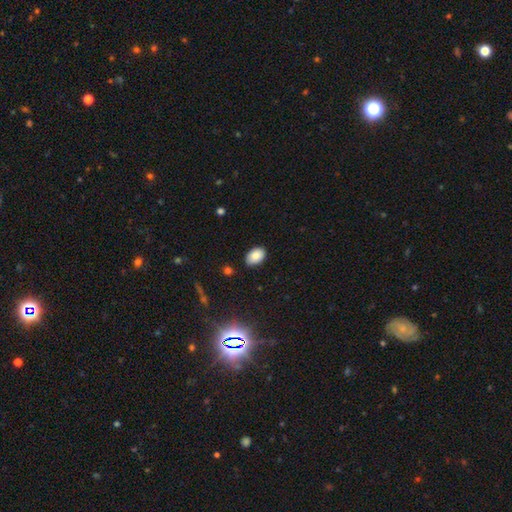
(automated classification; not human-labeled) smooth 82%, star or artifact 9%, featured or disk 9%. Down the decision tree: how rounded — in between (88%); merging — none (86%).